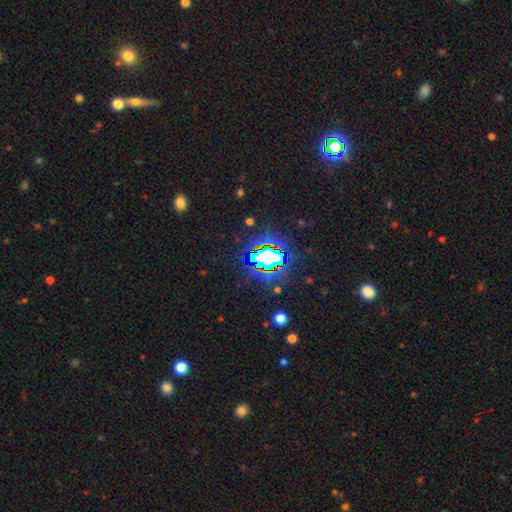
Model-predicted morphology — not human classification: Smooth or featured? star or artifact (81%)